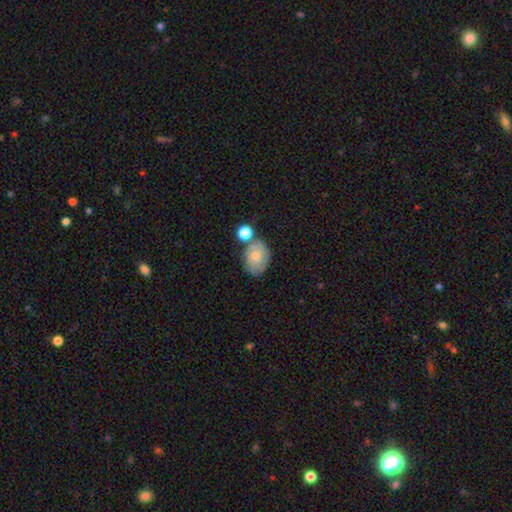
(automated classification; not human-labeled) smooth-or-featured: smooth: 66% | featured or disk: 26% | star or artifact: 8%
  how-rounded: in between: 67% | round: 32% | cigar-shaped: 1%
  merging: none: 53% | minor disturbance: 21% | merger: 20% | major disturbance: 7%